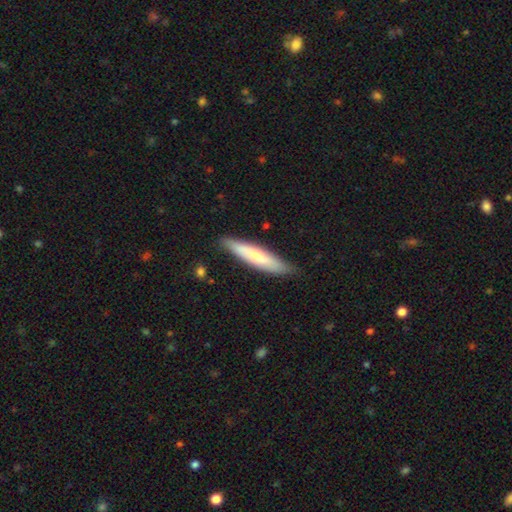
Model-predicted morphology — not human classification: Smooth or featured?
  - smooth: 66% *
  - featured or disk: 29%
  - star or artifact: 5%
How rounded?
  - cigar-shaped: 83% *
  - in between: 16%
  - round: 1%
Merging?
  - none: 83% *
  - minor disturbance: 14%
  - major disturbance: 2%
  - merger: 1%